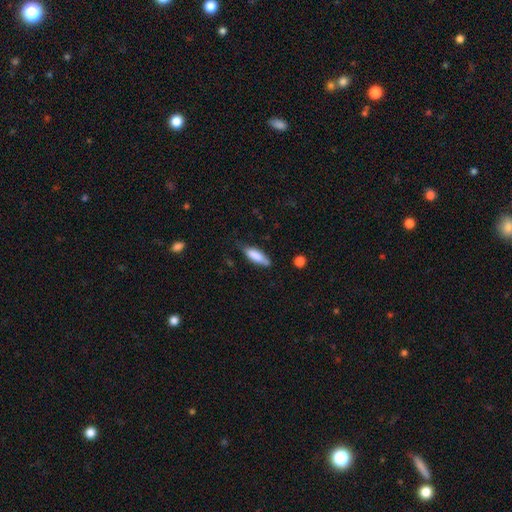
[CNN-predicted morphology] smooth-or-featured: smooth: 81% | featured or disk: 13% | star or artifact: 6%
  how-rounded: in between: 55% | cigar-shaped: 43% | round: 2%
  merging: none: 63% | minor disturbance: 28% | major disturbance: 6% | merger: 3%